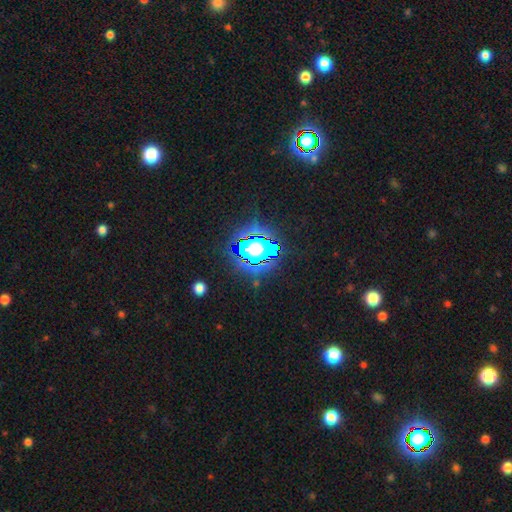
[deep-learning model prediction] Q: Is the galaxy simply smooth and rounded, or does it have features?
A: star or artifact — 79%.